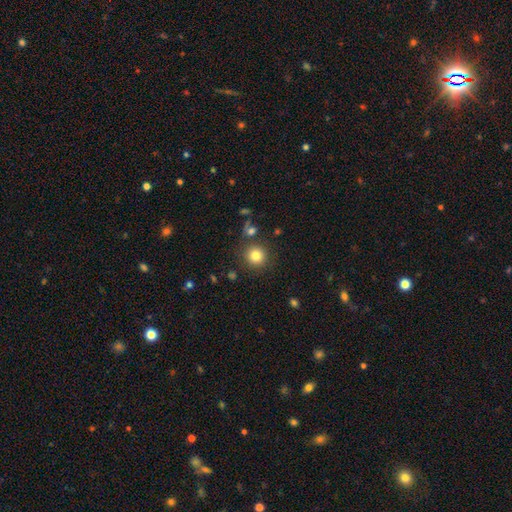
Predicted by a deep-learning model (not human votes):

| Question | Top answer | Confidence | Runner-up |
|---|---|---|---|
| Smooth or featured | smooth | 81% | star or artifact (12%) |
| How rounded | round | 93% | in between (6%) |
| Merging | none | 85% | minor disturbance (7%) |